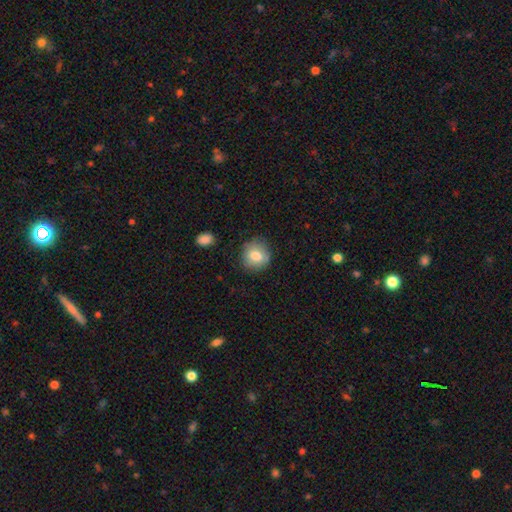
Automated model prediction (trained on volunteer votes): Smooth or featured? Predicted: smooth (p=0.78). How rounded? Predicted: round (p=0.82). Merging? Predicted: none (p=0.81).